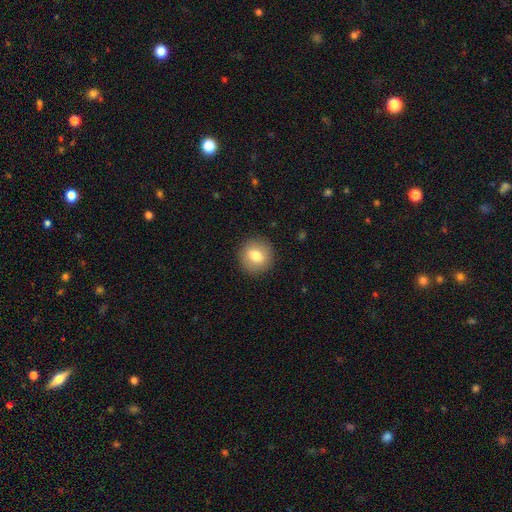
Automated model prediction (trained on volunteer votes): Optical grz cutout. It shows a smooth galaxy with no disk features (75%) that is round (88%). Merging: none (90%).